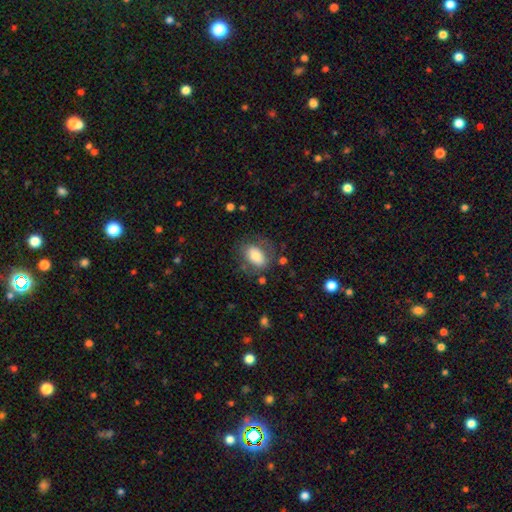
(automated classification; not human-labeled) A smooth galaxy with no disk features (73%) that is in between round and cigar-shaped (85%).

Vote fractions:
- Smooth or featured? smooth: 73% / featured or disk: 20% / star or artifact: 7%
- How rounded? in between: 85% / round: 14% / cigar-shaped: 2%
- Merging? none: 66% / minor disturbance: 19% / major disturbance: 12% / merger: 3%